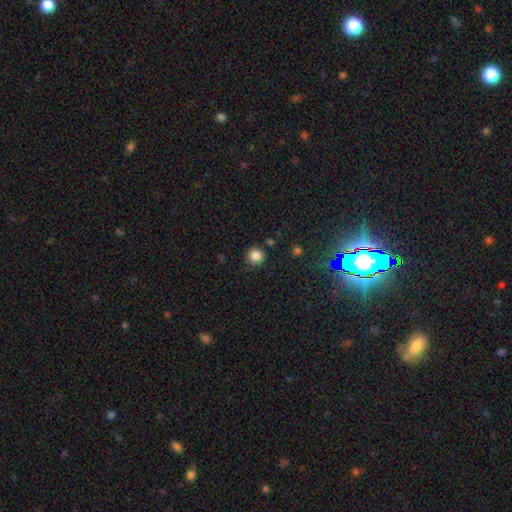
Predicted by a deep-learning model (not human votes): Smooth or featured: smooth — 85% (star or artifact — 12%)
How rounded: round — 94% (in between — 5%)
Merging: none — 86% (minor disturbance — 9%)